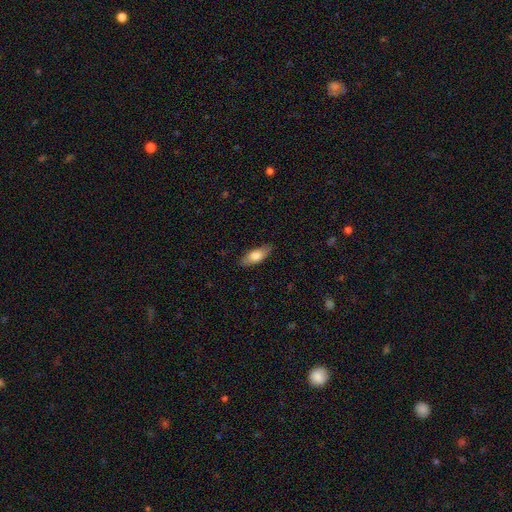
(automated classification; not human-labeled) A smooth galaxy with no disk features (75%) that is in between round and cigar-shaped (74%). Merging: none (84%).